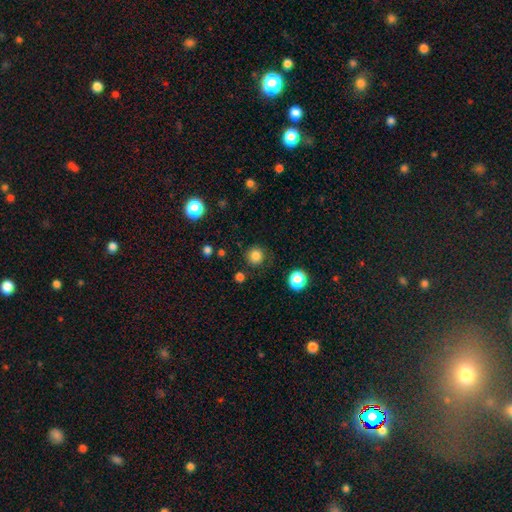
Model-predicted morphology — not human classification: The model was most divided on "smooth or featured": smooth: 83%, star or artifact: 13%, featured or disk: 4%. More confident: how rounded — round (94%); merging — none (86%).